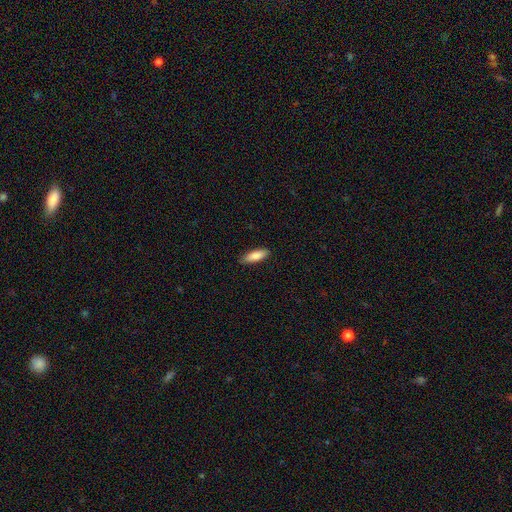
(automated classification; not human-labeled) Smooth or featured? smooth (85%)
How rounded? in between (53%)
Merging? none (87%)